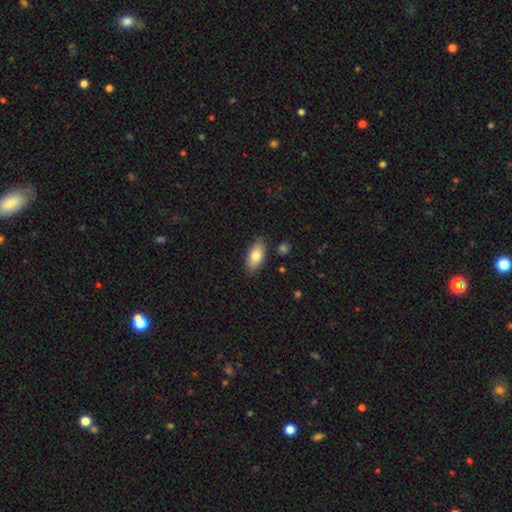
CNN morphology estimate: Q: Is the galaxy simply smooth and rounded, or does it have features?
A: smooth — 81%.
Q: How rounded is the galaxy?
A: in between — 91%.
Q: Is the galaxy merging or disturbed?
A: none — 85%.